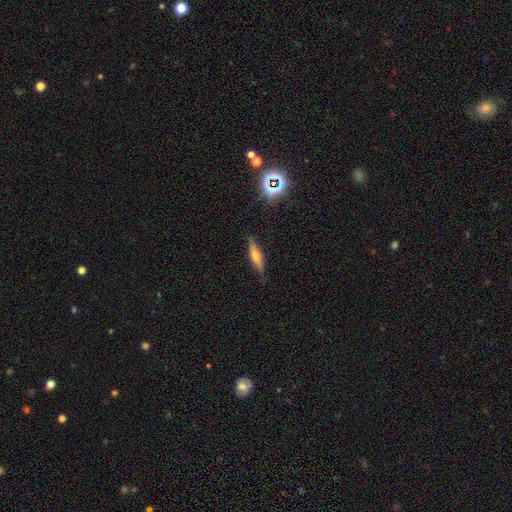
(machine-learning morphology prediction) This appears to be a featured or disk galaxy (49%). Merging: none (85%).